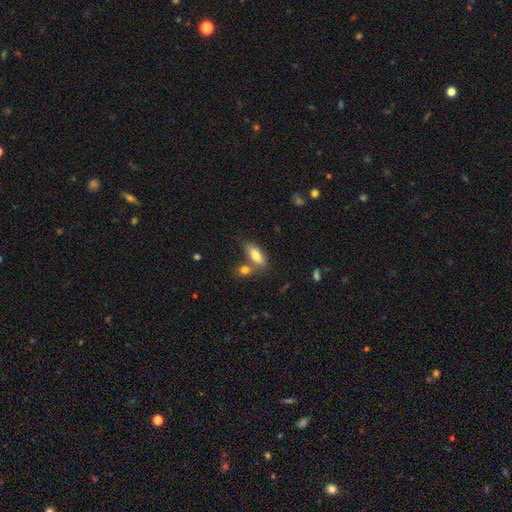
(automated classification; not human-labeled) Smooth or featured? Predicted: smooth (p=0.73). How rounded? Predicted: in between (p=0.67). Merging? Predicted: none (p=0.57).